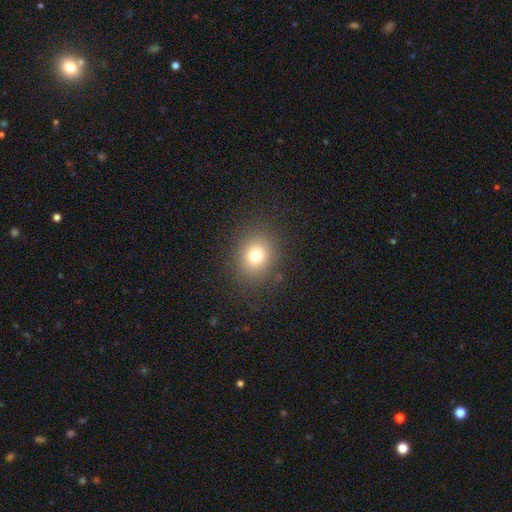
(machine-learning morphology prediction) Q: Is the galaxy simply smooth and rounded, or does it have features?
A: smooth — 75%.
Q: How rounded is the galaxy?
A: round — 72%.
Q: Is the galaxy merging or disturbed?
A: none — 86%.